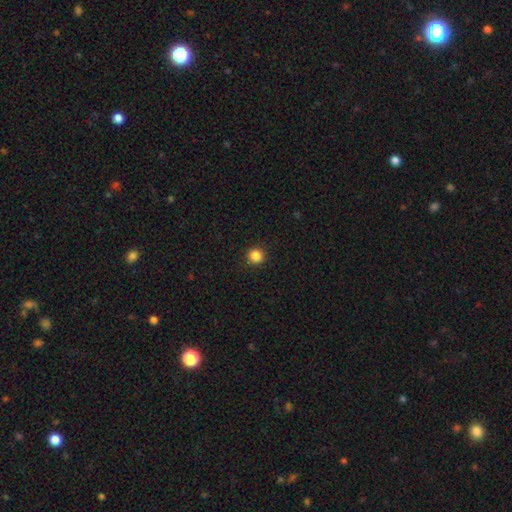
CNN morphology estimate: A smooth galaxy with no disk features (86%) that is round (94%). Merging: none (92%).